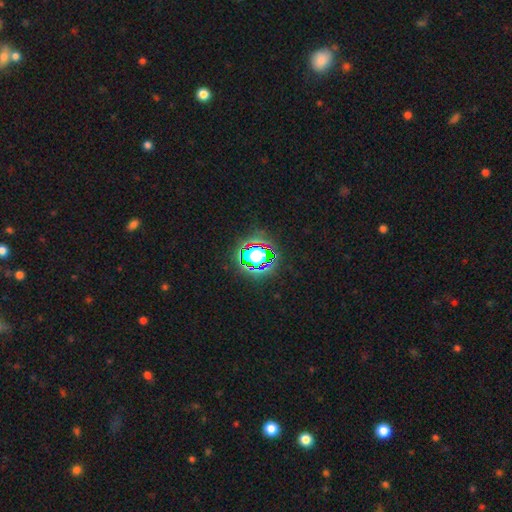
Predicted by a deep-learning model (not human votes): This appears to be a star or artifact, not a galaxy (62%).